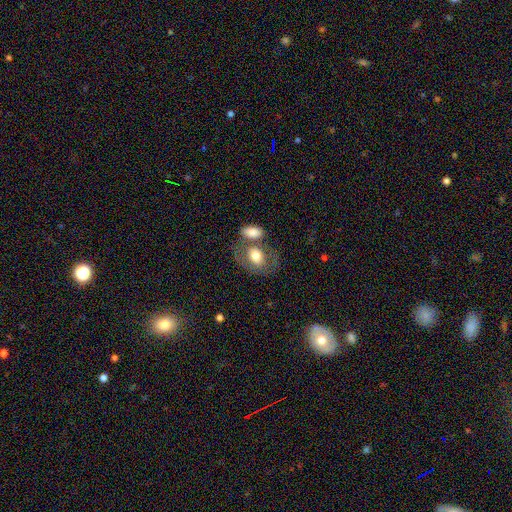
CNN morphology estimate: A smooth galaxy with no disk features (63%) that is in between round and cigar-shaped (74%). Merging: none (42%).